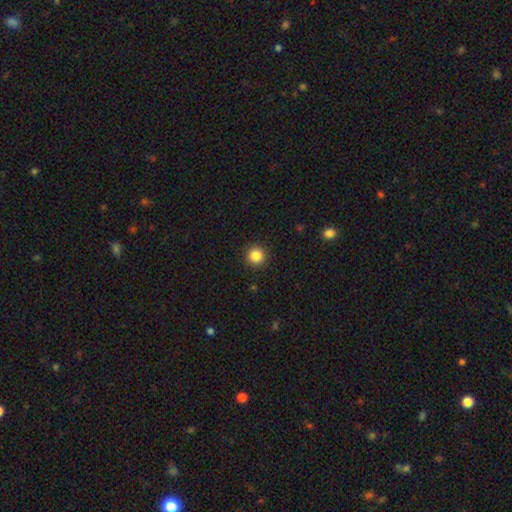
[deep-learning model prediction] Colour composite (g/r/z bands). It shows a smooth galaxy with no disk features (86%) that is round (95%). Merging: none (92%).